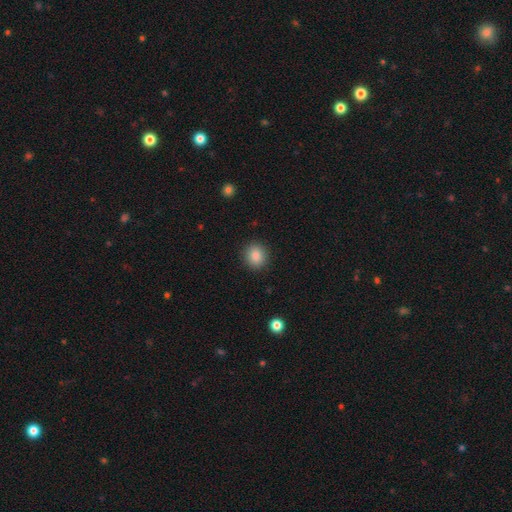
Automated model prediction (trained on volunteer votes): This is clearly a smooth galaxy (87%). How rounded: clearly round (82%). Merging: clearly none (90%).